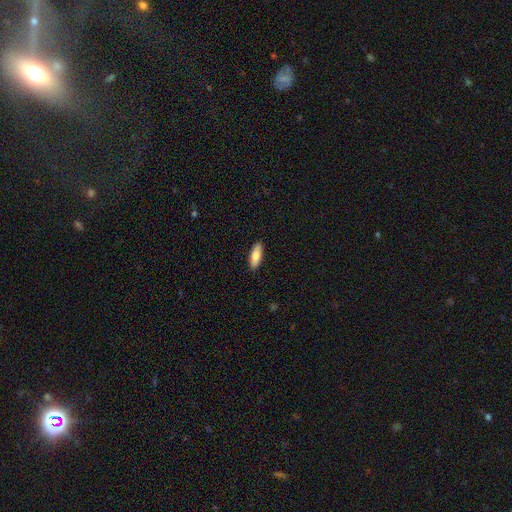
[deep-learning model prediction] Q: Smooth or featured?
A: smooth (81%); runner-up: featured or disk (14%)
Q: How rounded?
A: in between (66%); runner-up: cigar-shaped (32%)
Q: Merging?
A: none (90%); runner-up: minor disturbance (7%)